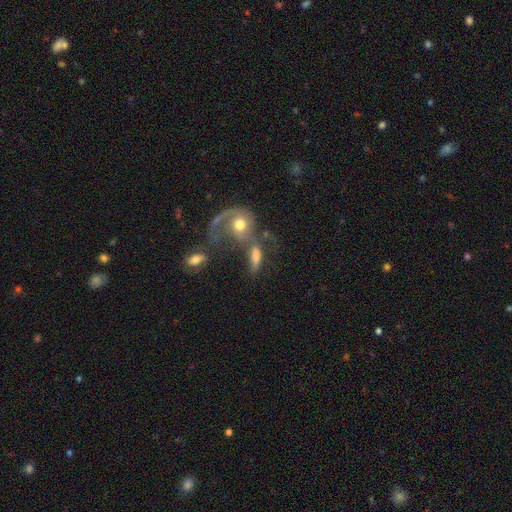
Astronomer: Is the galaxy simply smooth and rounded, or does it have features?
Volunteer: smooth — 57% (runner-up: featured or disk, 32%).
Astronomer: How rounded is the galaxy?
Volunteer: in between — 61%.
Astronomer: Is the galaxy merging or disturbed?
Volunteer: merger — 58%.